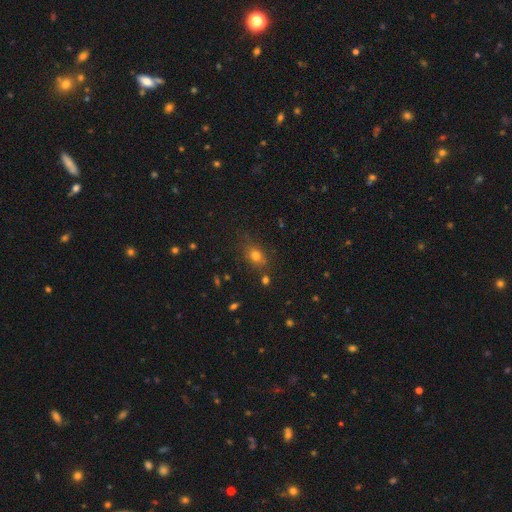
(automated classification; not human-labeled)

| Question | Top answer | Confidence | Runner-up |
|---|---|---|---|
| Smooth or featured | smooth | 74% | star or artifact (16%) |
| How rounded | in between | 58% | round (39%) |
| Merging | none | 74% | minor disturbance (16%) |